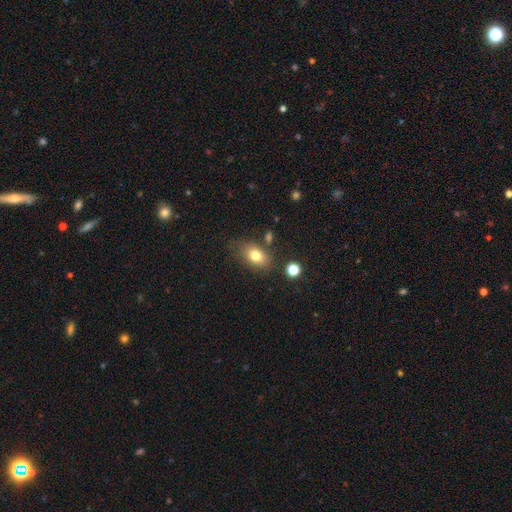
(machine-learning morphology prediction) smooth 78%, featured or disk 12%, star or artifact 10%. Down the decision tree: how rounded — in between (81%); merging — none (71%).